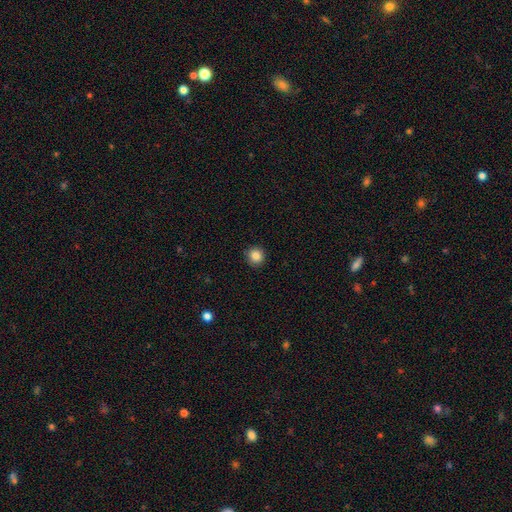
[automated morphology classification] smooth 86%, star or artifact 10%, featured or disk 4%. Down the decision tree: how rounded — round (92%); merging — none (91%).